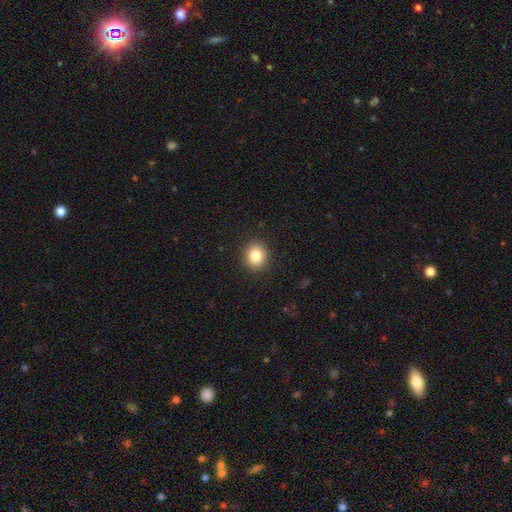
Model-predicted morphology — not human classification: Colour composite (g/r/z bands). It shows a smooth galaxy with no disk features (83%) that is round (80%). Merging: none (91%).